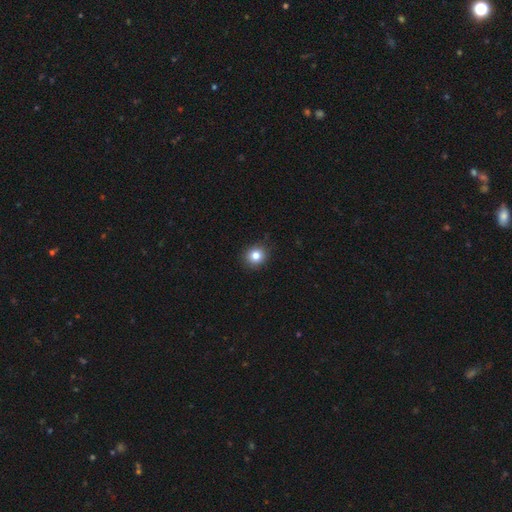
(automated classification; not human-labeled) Smooth or featured: smooth — 82% (star or artifact — 11%)
How rounded: round — 86% (in between — 13%)
Merging: none — 90% (minor disturbance — 7%)